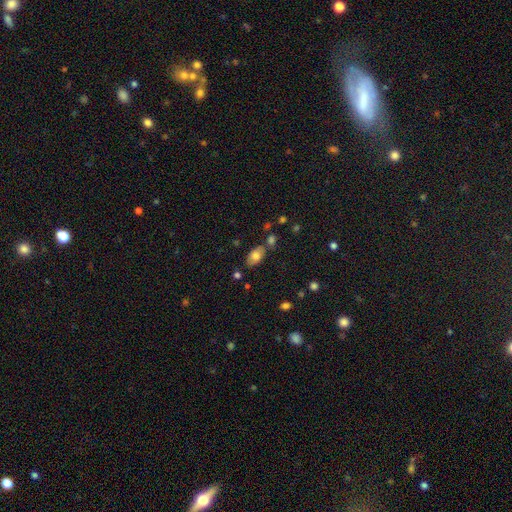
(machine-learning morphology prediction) A smooth galaxy with no disk features (76%) that is in between round and cigar-shaped (91%).

Vote fractions:
- Smooth or featured? smooth: 76% / featured or disk: 15% / star or artifact: 9%
- How rounded? in between: 91% / round: 6% / cigar-shaped: 3%
- Merging? none: 70% / minor disturbance: 14% / merger: 12% / major disturbance: 4%